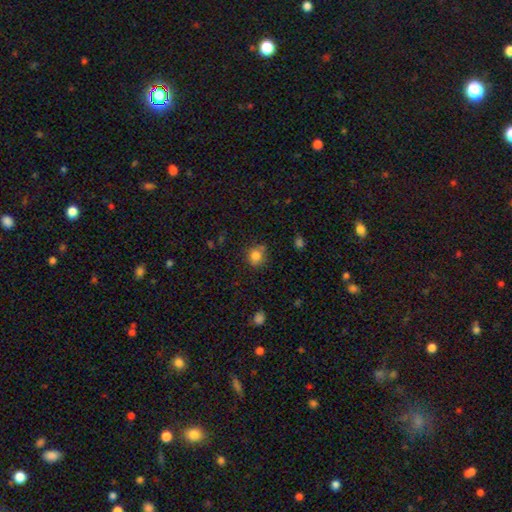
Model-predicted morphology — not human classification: This is clearly a smooth galaxy (82%). How rounded: clearly round (81%). Merging: likely none (70%).